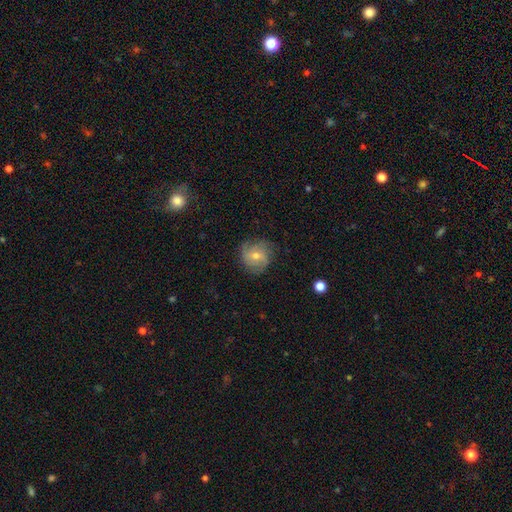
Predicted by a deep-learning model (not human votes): This is likely a featured or disk galaxy (63%). It is clearly not viewed edge-on (97%). Bar: possibly no (57%). Spiral arm pattern: clearly yes (89%). Spiral arm count: marginally 3 (29%). Spiral winding: marginally tight (41%, tied with medium). Central bulge: possibly moderate (49%). Merging: likely none (77%).